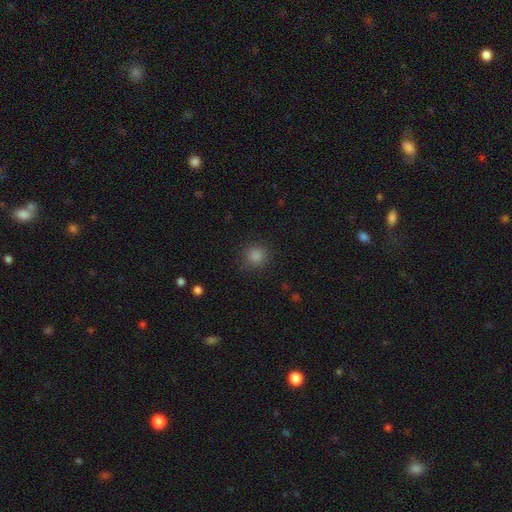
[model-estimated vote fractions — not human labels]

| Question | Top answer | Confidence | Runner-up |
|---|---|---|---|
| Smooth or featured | smooth | 85% | star or artifact (12%) |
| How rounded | round | 89% | in between (10%) |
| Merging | none | 84% | minor disturbance (11%) |